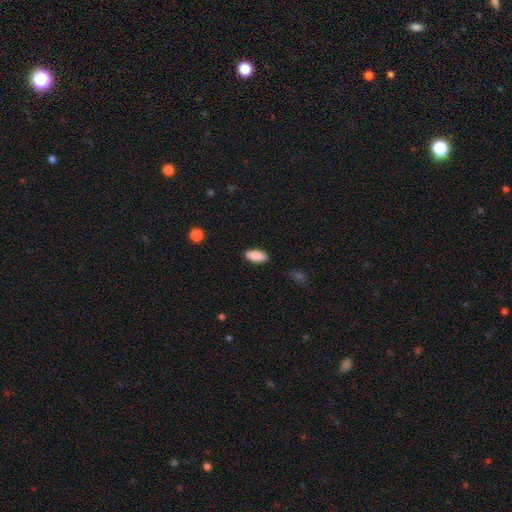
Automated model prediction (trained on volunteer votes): A smooth galaxy with no disk features (90%) that is in between round and cigar-shaped (89%).

Vote fractions:
- Smooth or featured? smooth: 90% / star or artifact: 6% / featured or disk: 4%
- How rounded? in between: 89% / cigar-shaped: 9% / round: 2%
- Merging? none: 90% / minor disturbance: 7% / major disturbance: 2% / merger: 1%